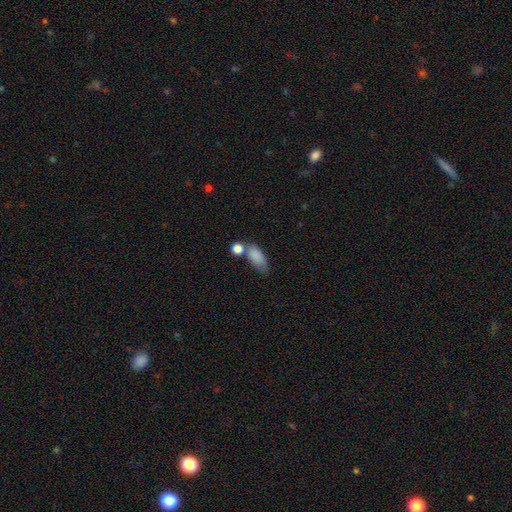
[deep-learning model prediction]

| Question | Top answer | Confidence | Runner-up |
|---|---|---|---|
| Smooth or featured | smooth | 84% | star or artifact (8%) |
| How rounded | in between | 82% | cigar-shaped (11%) |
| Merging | none | 44% | merger (27%) |